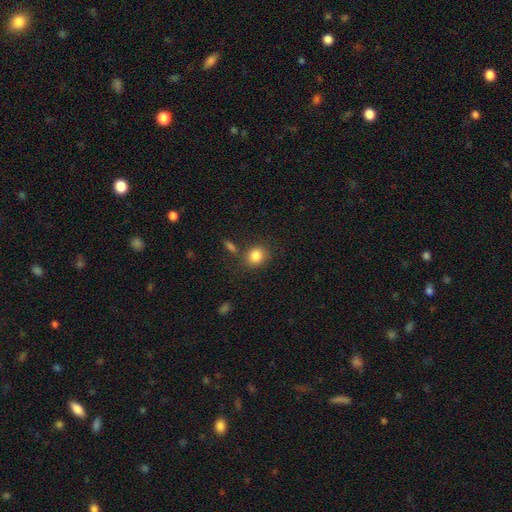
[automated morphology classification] Smooth or featured? Predicted: smooth (p=0.85). How rounded? Predicted: round (p=0.76). Merging? Predicted: none (p=0.77).